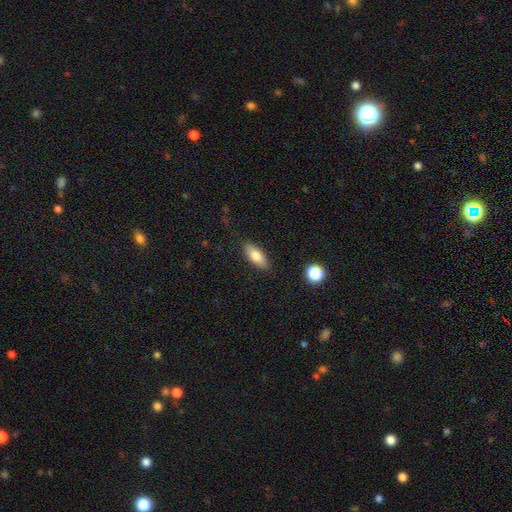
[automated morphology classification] smooth_or_featured: smooth (p=0.78) [alt: featured or disk p=0.14]
how_rounded: in between (p=0.77) [alt: cigar-shaped p=0.20]
merging: none (p=0.87) [alt: minor disturbance p=0.10]